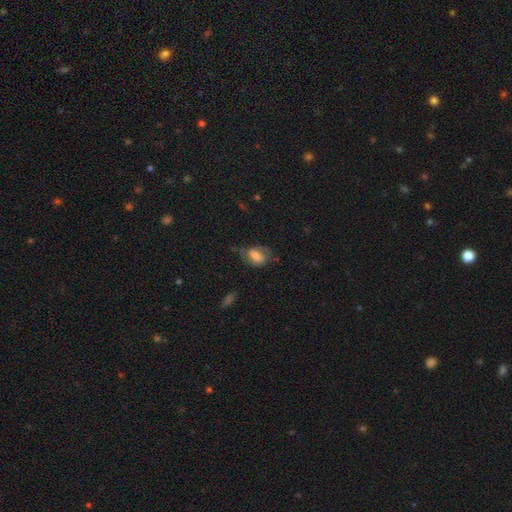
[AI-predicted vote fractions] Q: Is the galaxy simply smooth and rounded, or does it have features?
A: featured or disk — 51%.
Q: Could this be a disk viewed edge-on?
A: no — 95%.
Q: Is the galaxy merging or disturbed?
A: none — 56%.